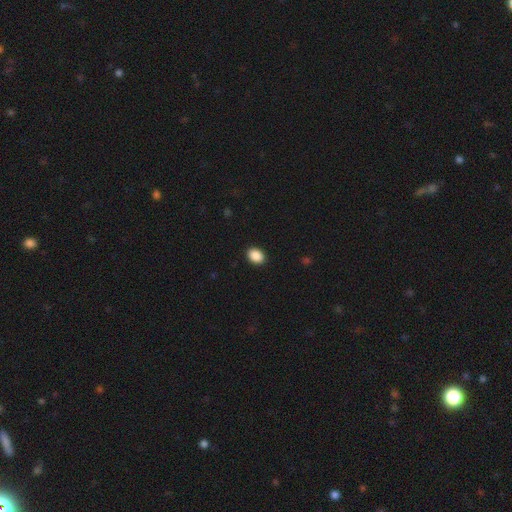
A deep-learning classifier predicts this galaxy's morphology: type=smooth (90%); roundness=in between (73%); merging=none (91%).